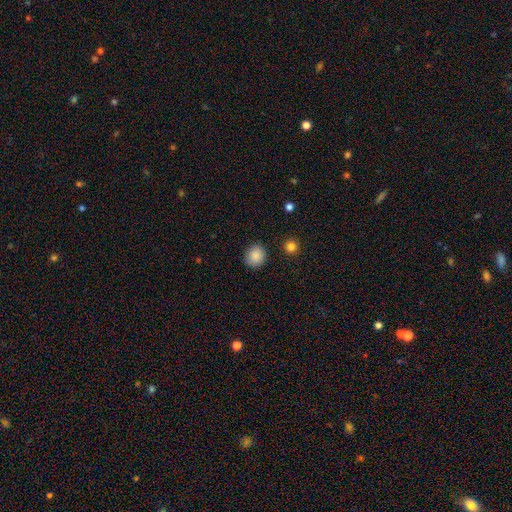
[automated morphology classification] Q: Smooth or featured?
A: smooth (88%); runner-up: star or artifact (9%)
Q: How rounded?
A: round (81%); runner-up: in between (18%)
Q: Merging?
A: none (88%); runner-up: minor disturbance (8%)